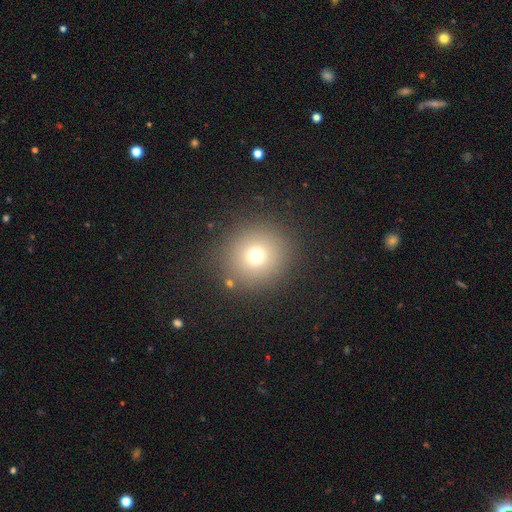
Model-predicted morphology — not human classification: Q: Smooth or featured?
A: smooth (72%); runner-up: star or artifact (17%)
Q: How rounded?
A: round (92%); runner-up: in between (7%)
Q: Merging?
A: none (88%); runner-up: minor disturbance (7%)